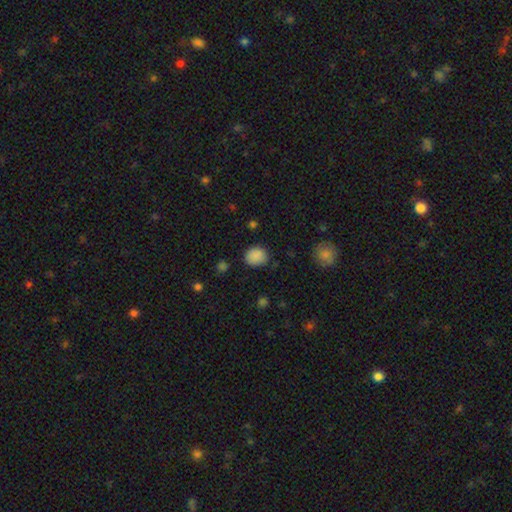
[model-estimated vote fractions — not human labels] Smooth or featured? smooth (86%)
How rounded? round (64%)
Merging? none (78%)